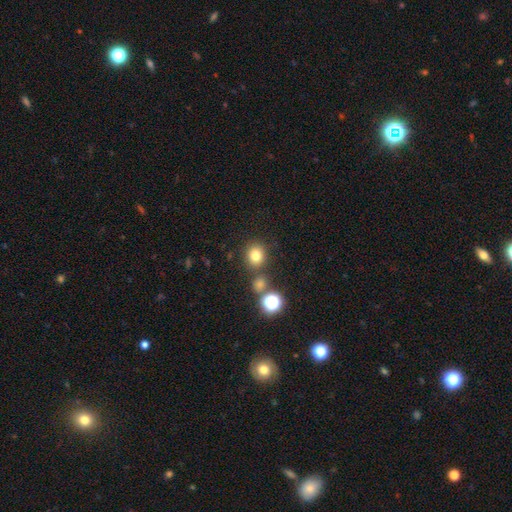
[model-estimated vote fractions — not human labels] Q: Smooth or featured?
A: smooth (76%); runner-up: star or artifact (17%)
Q: How rounded?
A: round (84%); runner-up: in between (15%)
Q: Merging?
A: none (78%); runner-up: merger (10%)